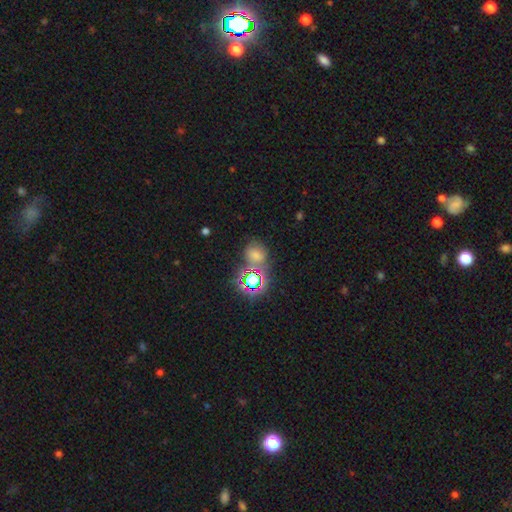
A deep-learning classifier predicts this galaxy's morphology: Smooth or featured: smooth — 52% (star or artifact — 36%)
How rounded: round — 56% (in between — 43%)
Merging: none — 57% (merger — 18%)